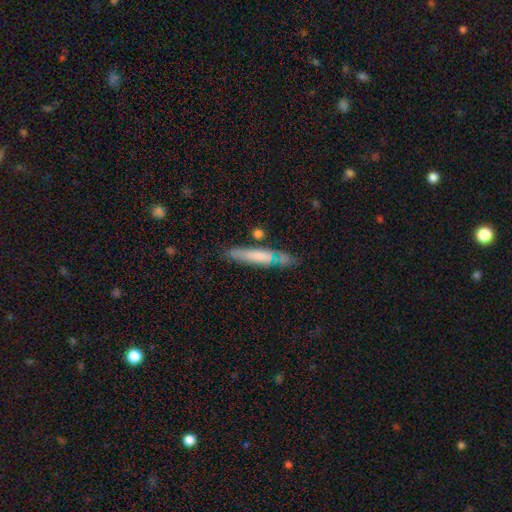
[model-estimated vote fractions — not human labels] This is possibly a smooth galaxy (58%). How rounded: clearly cigar-shaped (88%). Merging: likely none (64%).